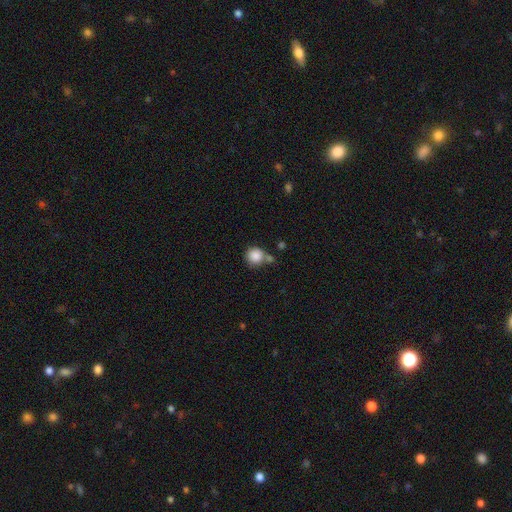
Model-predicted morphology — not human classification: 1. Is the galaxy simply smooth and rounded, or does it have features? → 86% smooth, 9% star or artifact, 5% featured or disk.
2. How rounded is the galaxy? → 92% round, 7% in between, 1% cigar-shaped.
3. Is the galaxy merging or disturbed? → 62% none, 21% merger, 13% minor disturbance, 4% major disturbance.